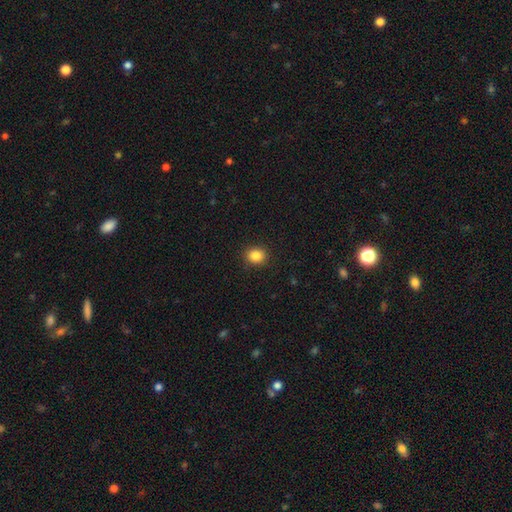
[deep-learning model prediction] A smooth galaxy with no disk features (86%) that is round (72%).

Vote fractions:
- Smooth or featured? smooth: 86% / star or artifact: 10% / featured or disk: 4%
- How rounded? round: 72% / in between: 27% / cigar-shaped: 1%
- Merging? none: 90% / minor disturbance: 7% / major disturbance: 2% / merger: 1%